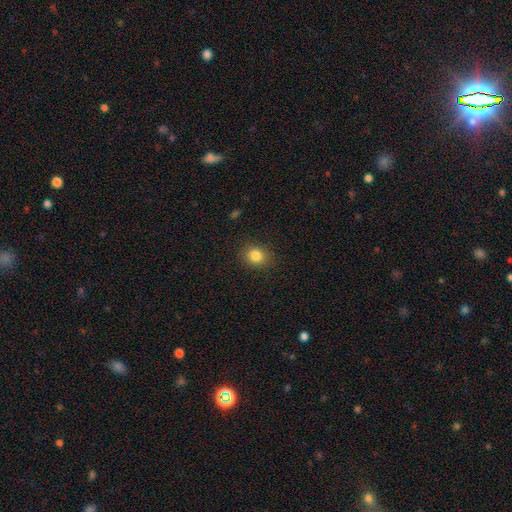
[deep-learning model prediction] smooth_or_featured: smooth (p=0.83) [alt: star or artifact p=0.11]
how_rounded: round (p=0.75) [alt: in between p=0.24]
merging: none (p=0.88) [alt: minor disturbance p=0.08]